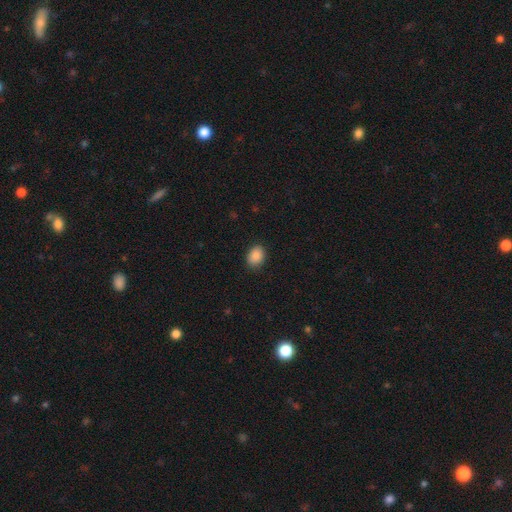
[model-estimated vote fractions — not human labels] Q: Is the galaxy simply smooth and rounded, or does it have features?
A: smooth — 89%.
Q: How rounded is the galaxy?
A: in between — 66%.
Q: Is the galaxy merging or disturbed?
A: none — 88%.